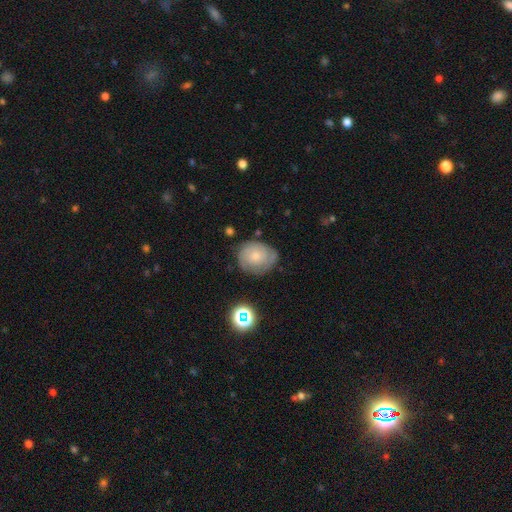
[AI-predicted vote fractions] This appears to be a featured or disk galaxy (50%). Merging: none (67%).